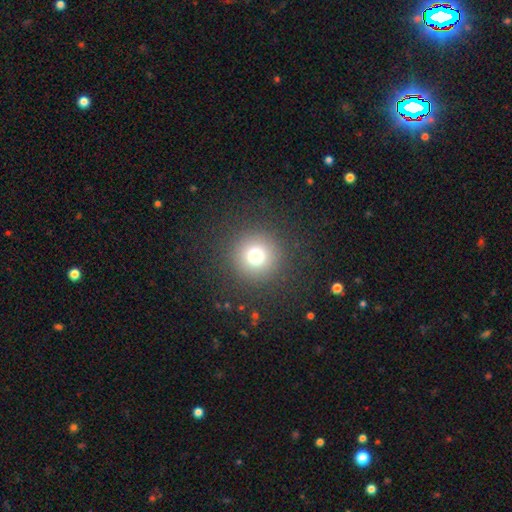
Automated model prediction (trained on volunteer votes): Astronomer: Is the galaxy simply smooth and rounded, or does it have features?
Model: smooth — 73%.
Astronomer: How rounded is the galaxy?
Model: round — 96%.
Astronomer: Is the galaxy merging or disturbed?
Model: none — 89%.